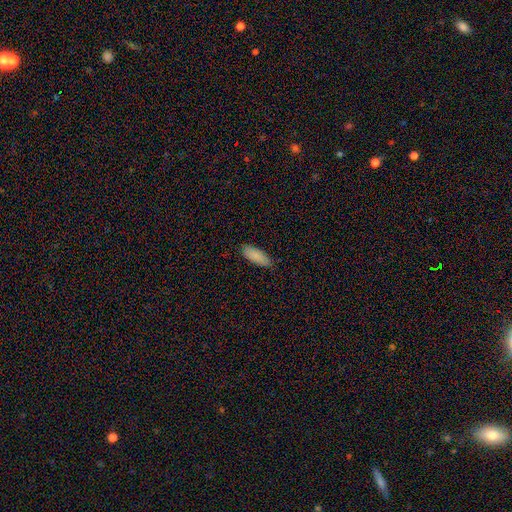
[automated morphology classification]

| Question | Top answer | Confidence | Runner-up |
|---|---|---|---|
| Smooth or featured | smooth | 87% | featured or disk (7%) |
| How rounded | in between | 75% | cigar-shaped (23%) |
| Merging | none | 78% | minor disturbance (19%) |